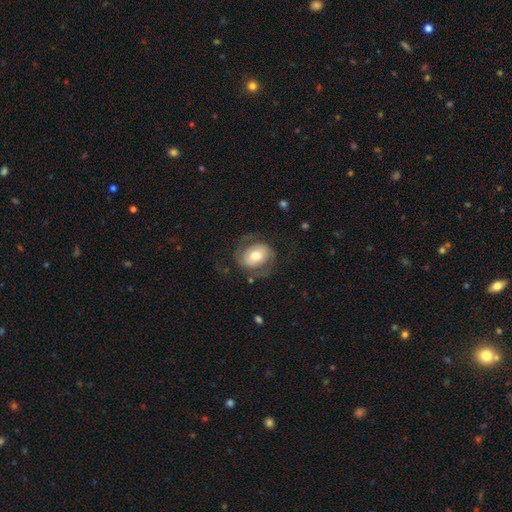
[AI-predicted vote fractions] A featured or disk galaxy (65%) with no bar (56%), 2 (86%) medium (47%) spiral arms (82%) and a moderate central bulge (63%). Merging: none (64%).